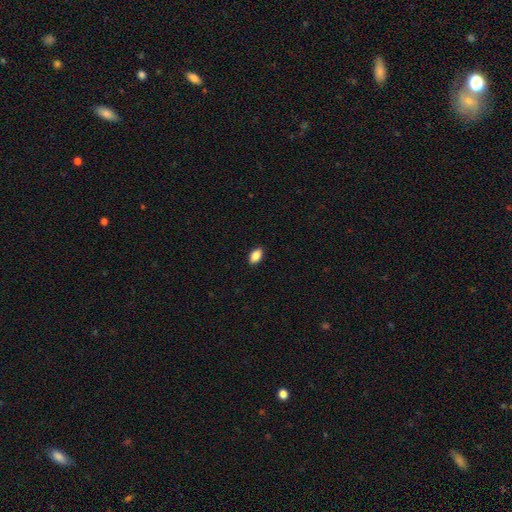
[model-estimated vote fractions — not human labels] Smooth or featured? Predicted: smooth (p=0.88). How rounded? Predicted: in between (p=0.91). Merging? Predicted: none (p=0.89).